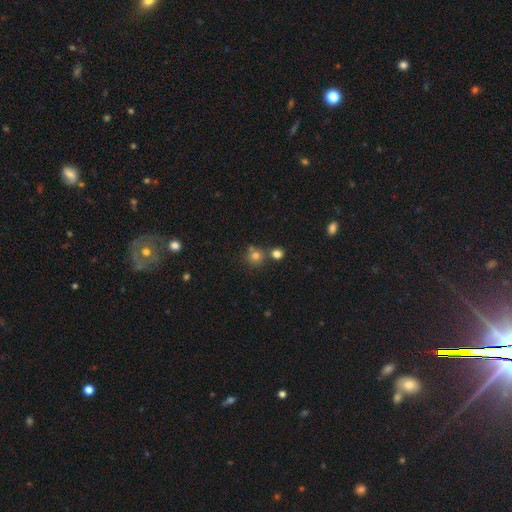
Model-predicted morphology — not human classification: Smooth or featured? Predicted: smooth (p=0.72). How rounded? Predicted: round (p=0.91). Merging? Predicted: none (p=0.71).